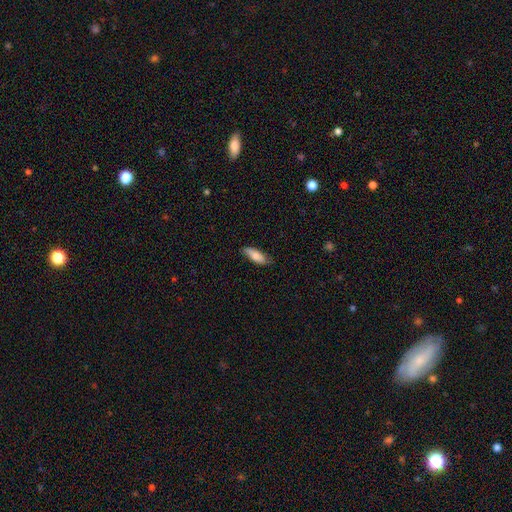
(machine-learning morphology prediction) Smooth or featured?
  - smooth: 79% *
  - featured or disk: 15%
  - star or artifact: 6%
How rounded?
  - in between: 65% *
  - cigar-shaped: 33%
  - round: 2%
Merging?
  - none: 73% *
  - minor disturbance: 22%
  - major disturbance: 4%
  - merger: 1%